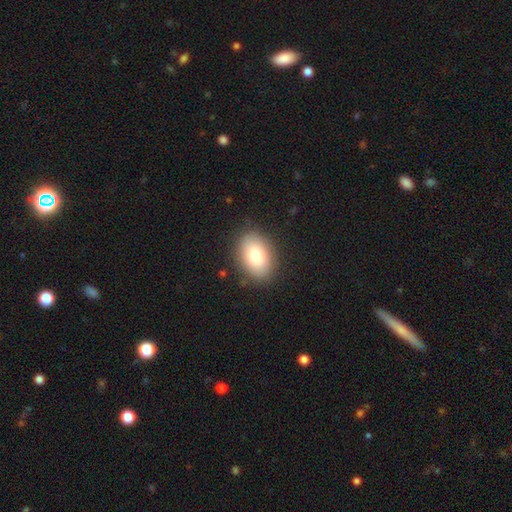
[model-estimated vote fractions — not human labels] Smooth or featured?
  - smooth: 81% *
  - featured or disk: 11%
  - star or artifact: 7%
How rounded?
  - in between: 87% *
  - round: 12%
  - cigar-shaped: 1%
Merging?
  - none: 86% *
  - minor disturbance: 10%
  - major disturbance: 3%
  - merger: 1%